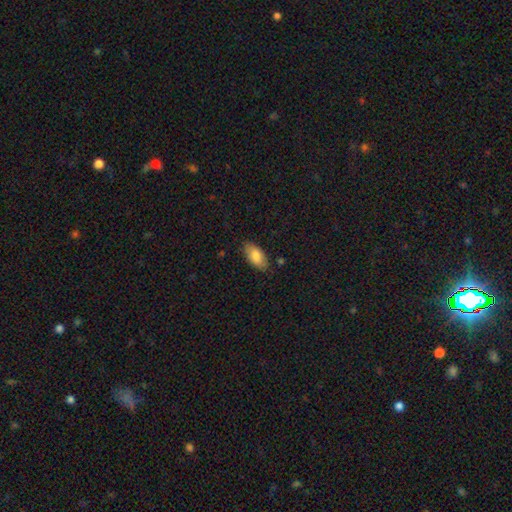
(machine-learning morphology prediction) Smooth or featured? Predicted: smooth (p=0.83). How rounded? Predicted: in between (p=0.92). Merging? Predicted: none (p=0.82).